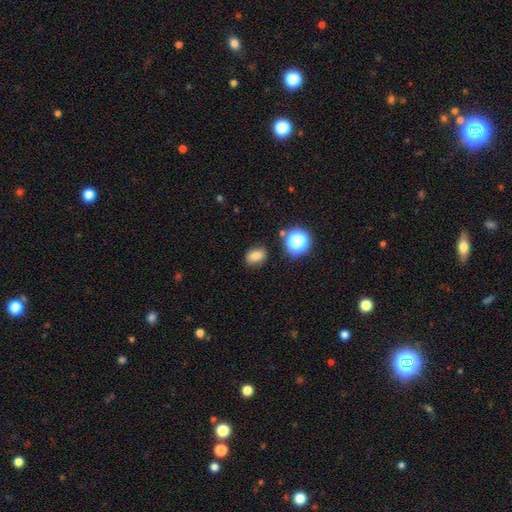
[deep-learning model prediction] smooth-or-featured: smooth: 78% | star or artifact: 14% | featured or disk: 7%
  how-rounded: in between: 69% | round: 30% | cigar-shaped: 1%
  merging: none: 82% | minor disturbance: 12% | major disturbance: 3% | merger: 3%